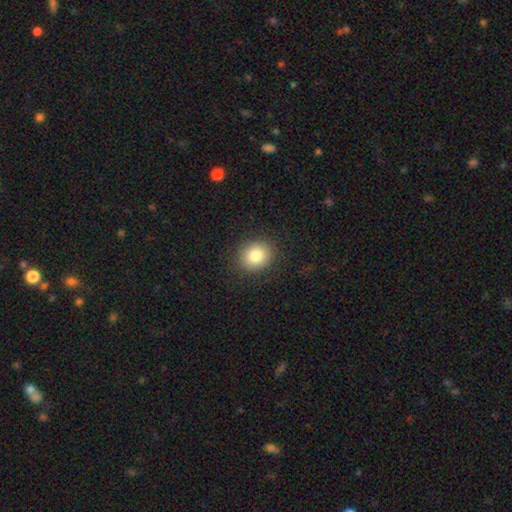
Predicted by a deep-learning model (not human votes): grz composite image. It shows a smooth galaxy with no disk features (83%) that is round (73%). Merging: none (89%).